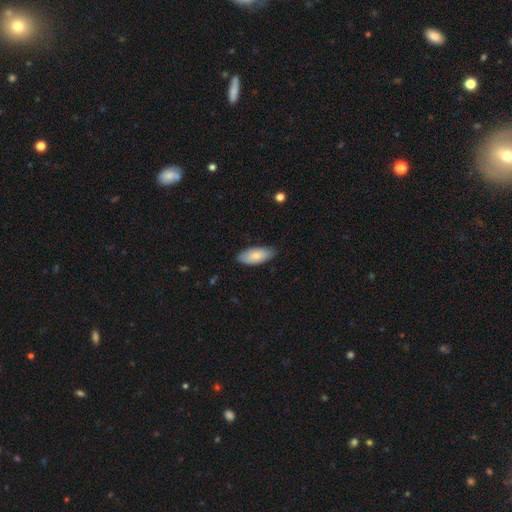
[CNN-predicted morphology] Smooth or featured? smooth (78%)
How rounded? in between (89%)
Merging? none (80%)